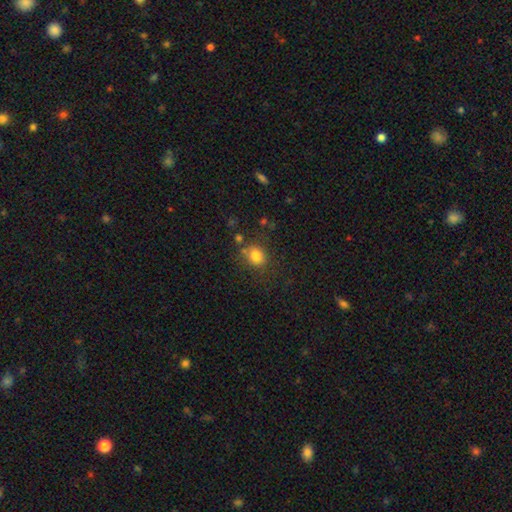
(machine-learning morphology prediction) Overall: smooth (80%). How rounded: round (68%; in between 31%). Merging: none (73%).